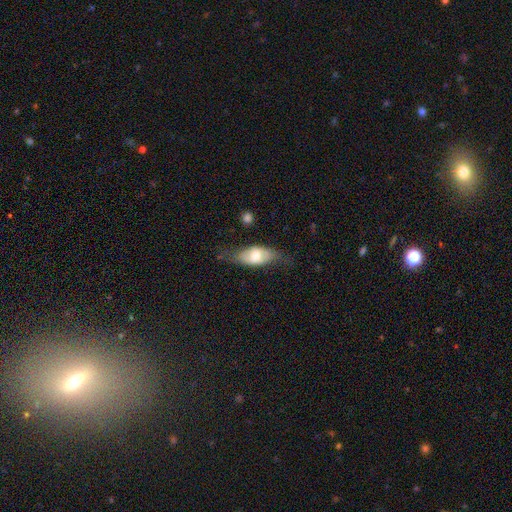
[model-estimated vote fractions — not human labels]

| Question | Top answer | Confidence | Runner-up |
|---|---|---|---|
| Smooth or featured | smooth | 55% | featured or disk (38%) |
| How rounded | in between | 82% | cigar-shaped (14%) |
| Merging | none | 60% | minor disturbance (26%) |